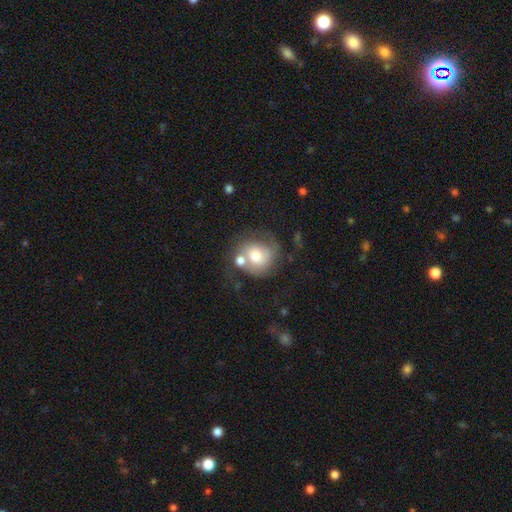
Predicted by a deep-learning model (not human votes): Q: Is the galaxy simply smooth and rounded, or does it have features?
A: smooth — 52%.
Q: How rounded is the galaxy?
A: round — 80%.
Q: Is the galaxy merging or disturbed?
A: none — 44%.